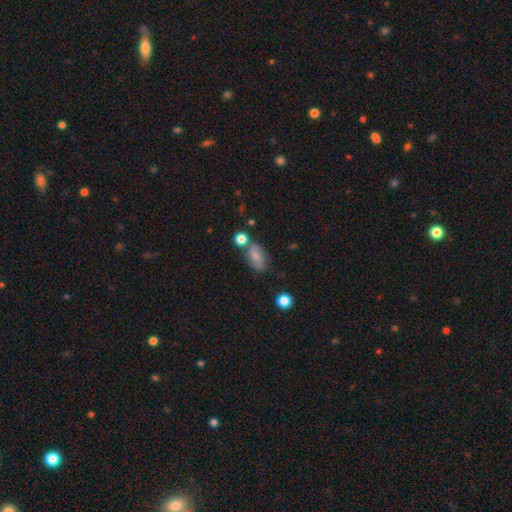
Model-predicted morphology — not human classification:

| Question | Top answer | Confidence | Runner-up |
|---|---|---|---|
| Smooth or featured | smooth | 60% | featured or disk (29%) |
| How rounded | in between | 83% | round (13%) |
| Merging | none | 56% | minor disturbance (22%) |